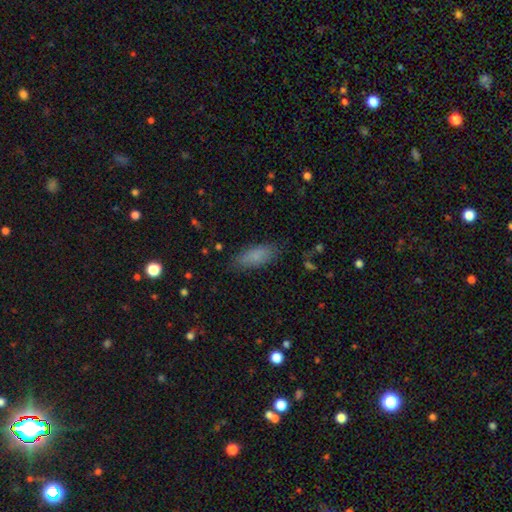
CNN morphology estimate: type=smooth (83%); roundness=in between (76%); merging=none (81%).